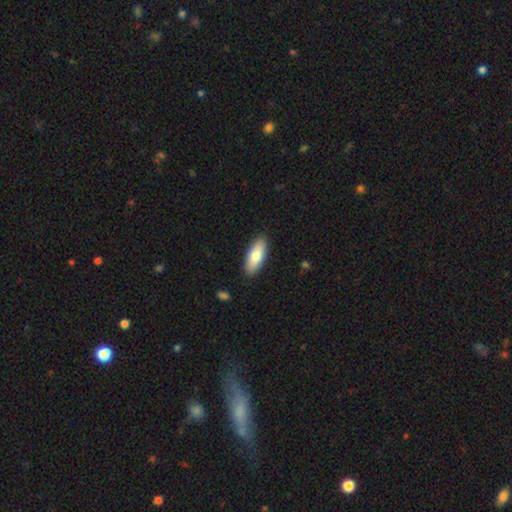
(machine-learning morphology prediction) Smooth or featured: smooth — 79% (featured or disk — 15%)
How rounded: in between — 79% (cigar-shaped — 19%)
Merging: none — 89% (minor disturbance — 8%)